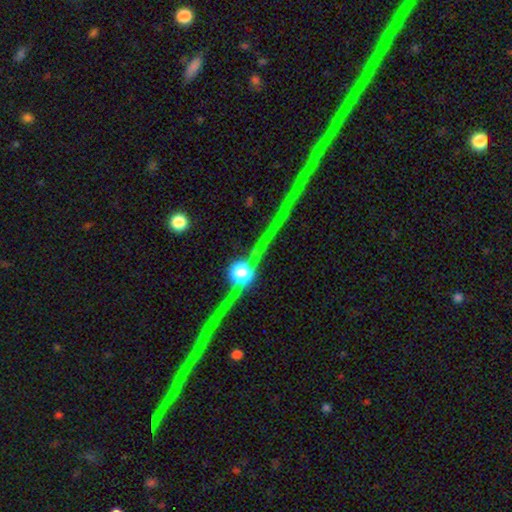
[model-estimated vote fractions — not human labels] A featured or disk galaxy (80%) viewed edge-on (86%) with a rounded central bulge (95%).

Vote fractions:
- Smooth or featured? featured or disk: 80% / star or artifact: 13% / smooth: 7%
- Edge-on disk? yes: 86% / no: 14%
- Edge-on bulge? rounded: 95% / boxy: 3% / none: 2%
- Merging? none: 82% / minor disturbance: 9% / major disturbance: 5% / merger: 4%